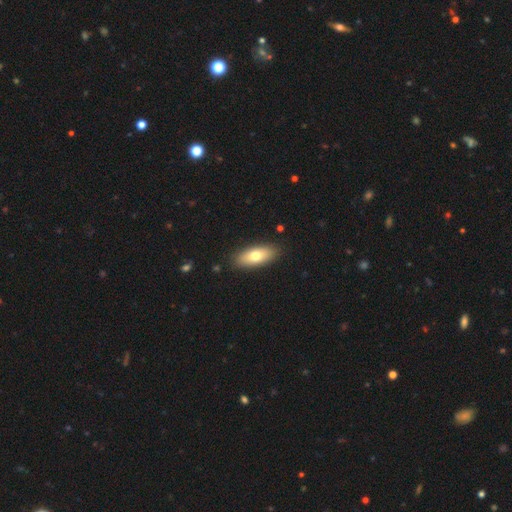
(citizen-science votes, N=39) Morphology: type=smooth (74%); roundness=in between (90%); merging=none (95%).